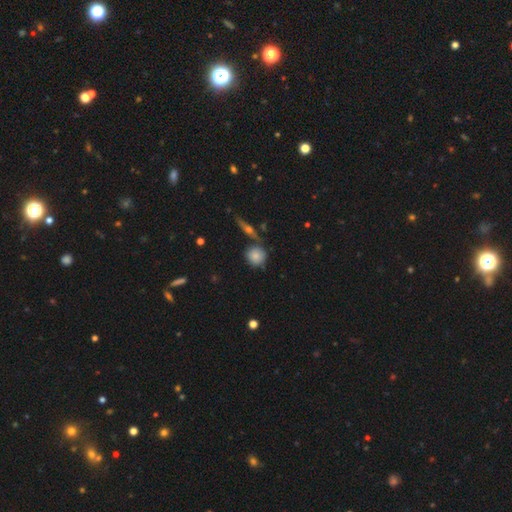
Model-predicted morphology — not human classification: Smooth or featured?
  - smooth: 78% *
  - featured or disk: 13%
  - star or artifact: 9%
How rounded?
  - round: 88% *
  - in between: 10%
  - cigar-shaped: 2%
Merging?
  - none: 73% *
  - minor disturbance: 14%
  - merger: 9%
  - major disturbance: 4%